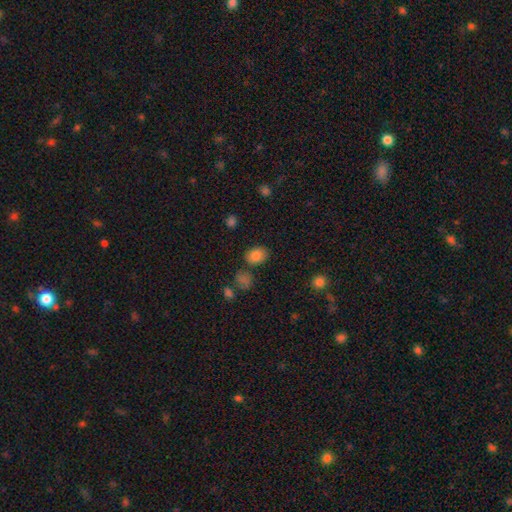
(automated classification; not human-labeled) Smooth or featured? Predicted: smooth (p=0.83). How rounded? Predicted: in between (p=0.71). Merging? Predicted: none (p=0.74).